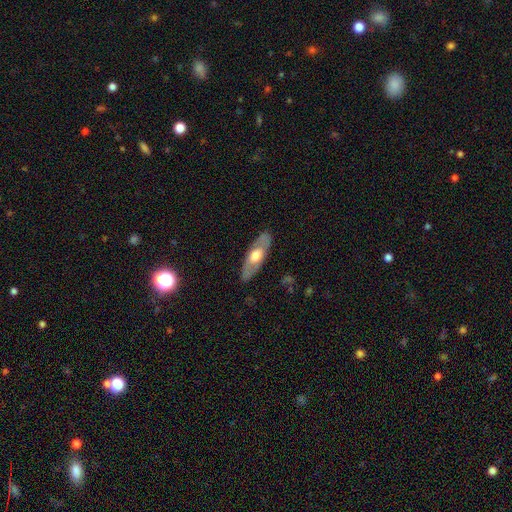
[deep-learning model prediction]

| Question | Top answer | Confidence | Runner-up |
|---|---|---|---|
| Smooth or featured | featured or disk | 54% | smooth (42%) |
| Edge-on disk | no | 61% | yes (39%) |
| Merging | none | 84% | minor disturbance (12%) |